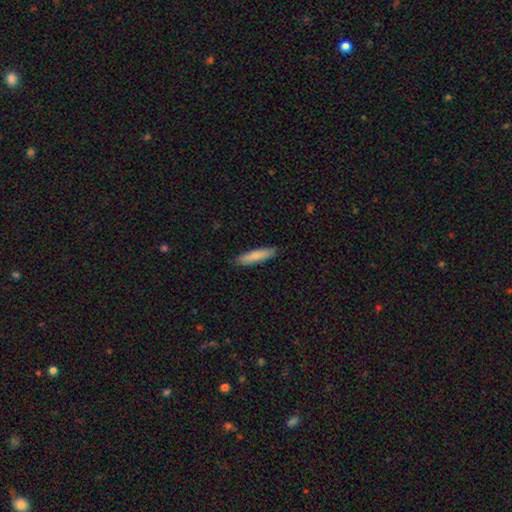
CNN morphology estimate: Smooth or featured? Predicted: smooth (p=0.83). How rounded? Predicted: cigar-shaped (p=0.79). Merging? Predicted: none (p=0.89).